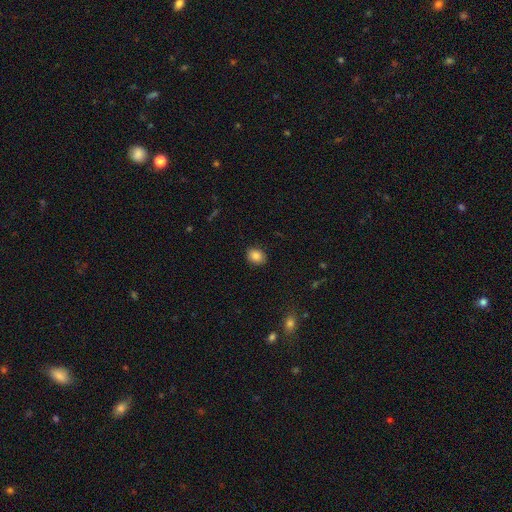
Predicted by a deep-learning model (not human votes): Smooth or featured: smooth — 86% (star or artifact — 9%)
How rounded: in between — 57% (round — 42%)
Merging: none — 88% (minor disturbance — 9%)